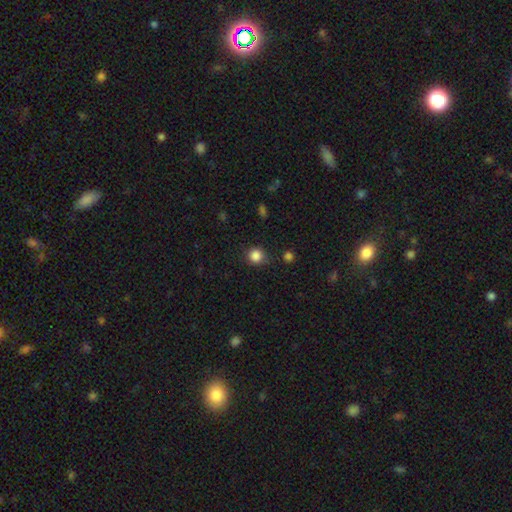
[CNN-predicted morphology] Smooth or featured: smooth — 85% (star or artifact — 12%)
How rounded: round — 91% (in between — 8%)
Merging: none — 81% (minor disturbance — 13%)